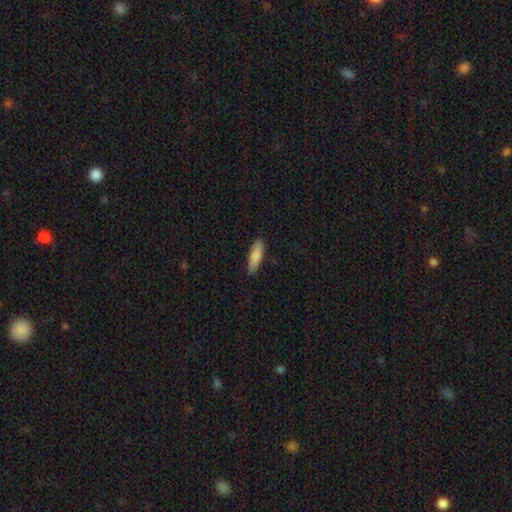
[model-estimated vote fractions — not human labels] smooth_or_featured: smooth (p=0.86) [alt: featured or disk p=0.08]
how_rounded: in between (p=0.52) [alt: cigar-shaped p=0.47]
merging: none (p=0.87) [alt: minor disturbance p=0.10]